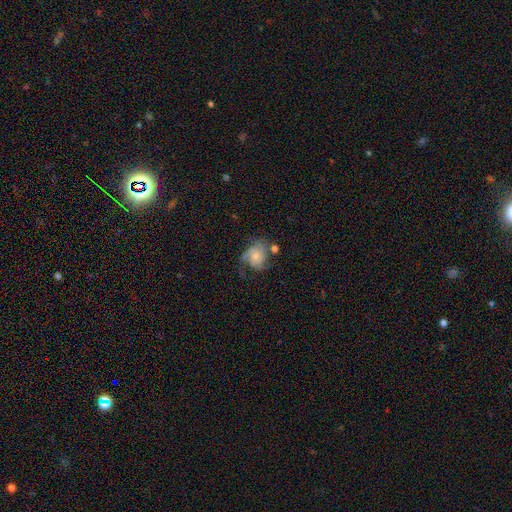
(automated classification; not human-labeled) The model was most divided on "spiral arm count": 2: 31%, 1: 26%, can't tell: 20%, 3: 17%, 4: 4%, more than 4: 3%. Remaining: edge-on disk — no (97%); spiral arms — yes (87%); bar — no (76%); smooth or featured — featured or disk (63%); bulge size — small (51%); merging — none (41%); spiral winding — medium (40%).